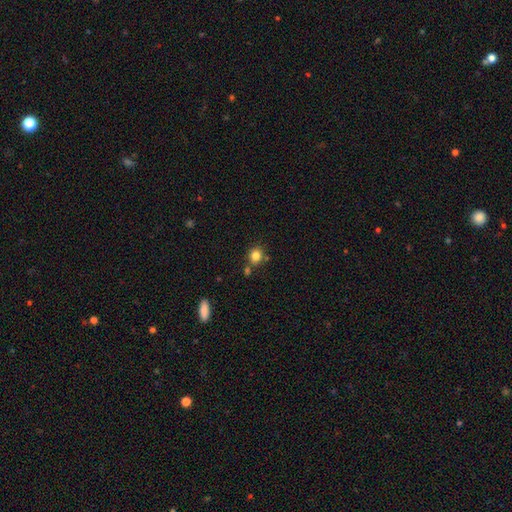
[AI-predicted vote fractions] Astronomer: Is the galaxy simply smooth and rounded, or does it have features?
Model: smooth — 82%.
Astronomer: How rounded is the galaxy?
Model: round — 76%.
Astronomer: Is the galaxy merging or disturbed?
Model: none — 72%.